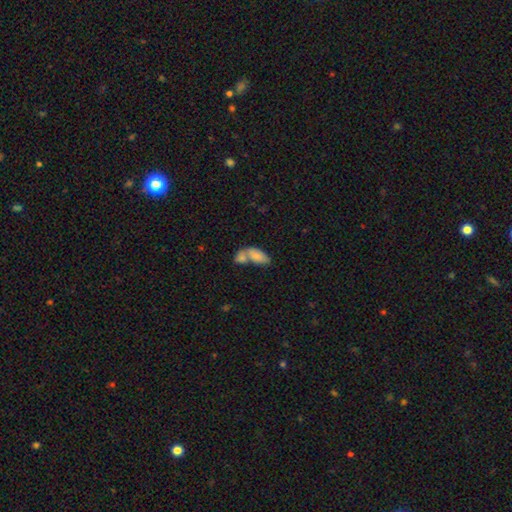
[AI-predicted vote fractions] Smooth or featured?
  - smooth: 78% *
  - featured or disk: 15%
  - star or artifact: 7%
How rounded?
  - in between: 92% *
  - cigar-shaped: 4%
  - round: 4%
Merging?
  - merger: 66% *
  - none: 21%
  - minor disturbance: 9%
  - major disturbance: 5%